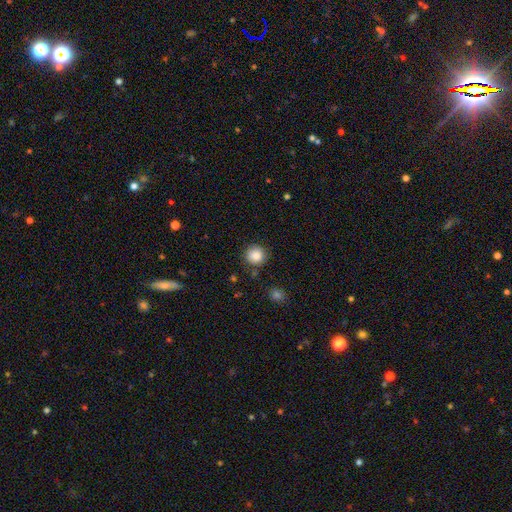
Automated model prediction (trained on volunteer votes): The model was most divided on "smooth or featured": smooth: 86%, star or artifact: 10%, featured or disk: 5%. More confident: how rounded — round (93%); merging — none (87%).